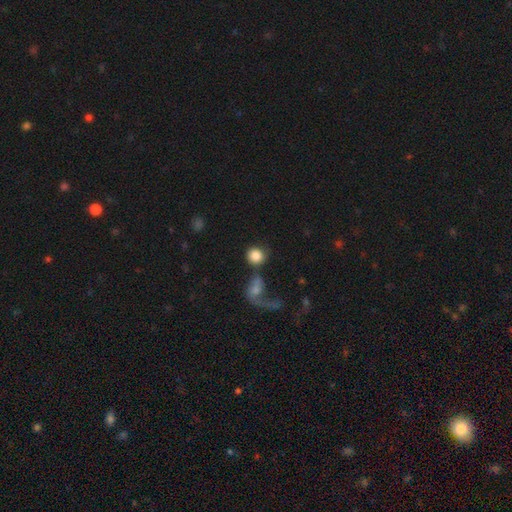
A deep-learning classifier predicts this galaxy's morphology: Smooth or featured: smooth — 82% (featured or disk — 10%)
How rounded: round — 89% (in between — 10%)
Merging: none — 56% (merger — 23%)